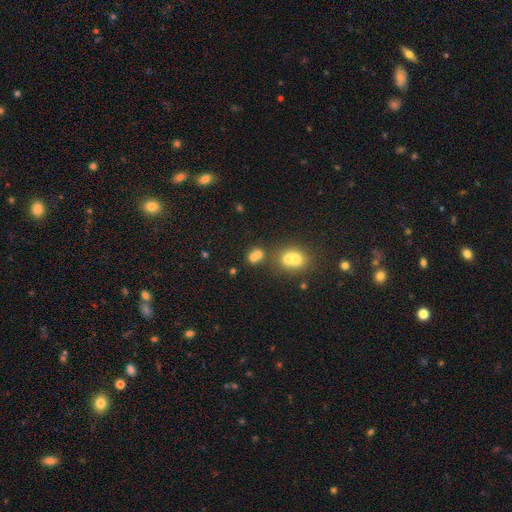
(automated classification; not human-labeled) smooth 65%, featured or disk 18%, star or artifact 17%. Down the decision tree: how rounded — round (67%); merging — merger (57%).